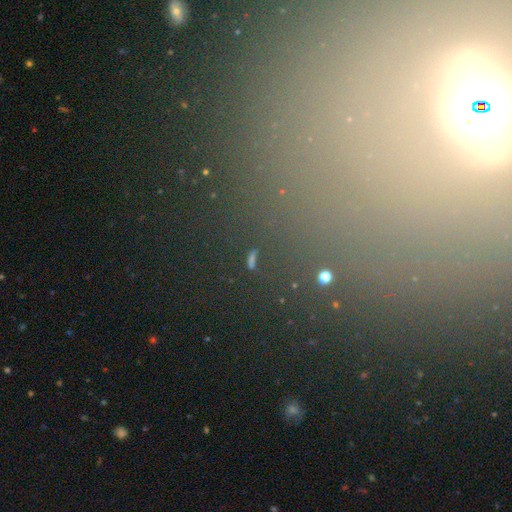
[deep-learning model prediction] Morphology: type=star or artifact (67%).